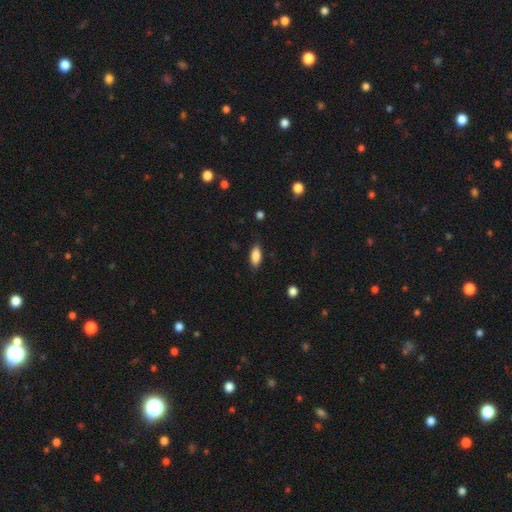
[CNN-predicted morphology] Smooth or featured? Predicted: smooth (p=0.86). How rounded? Predicted: in between (p=0.82). Merging? Predicted: none (p=0.84).